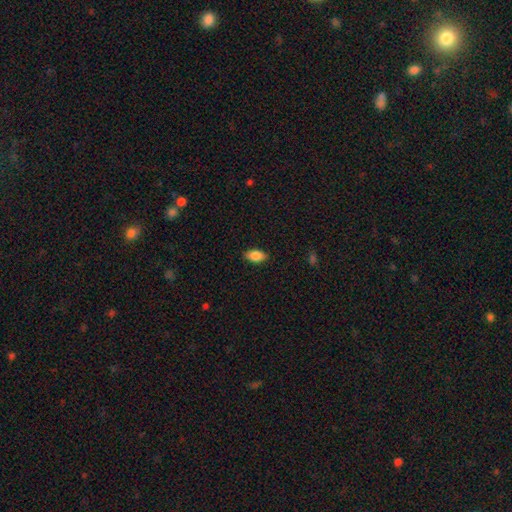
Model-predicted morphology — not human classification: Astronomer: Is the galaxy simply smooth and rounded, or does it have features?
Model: smooth — 85%.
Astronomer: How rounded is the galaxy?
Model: in between — 90%.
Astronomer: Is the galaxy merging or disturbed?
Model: none — 86%.